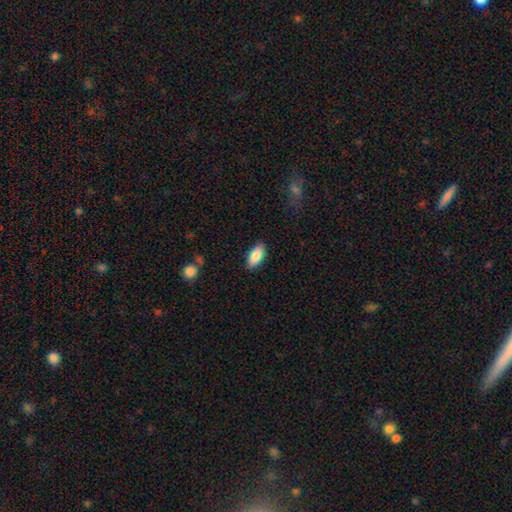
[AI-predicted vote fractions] smooth_or_featured: smooth (p=0.86) [alt: featured or disk p=0.08]
how_rounded: in between (p=0.89) [alt: cigar-shaped p=0.09]
merging: none (p=0.85) [alt: minor disturbance p=0.11]